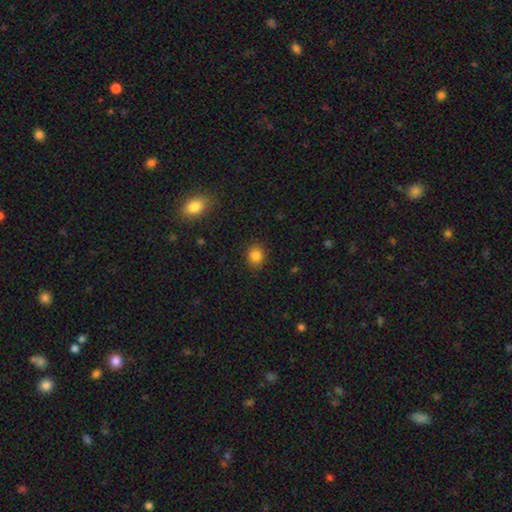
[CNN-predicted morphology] This appears to be a smooth galaxy with no disk features (84%) that is round (68%). Merging: none (88%).